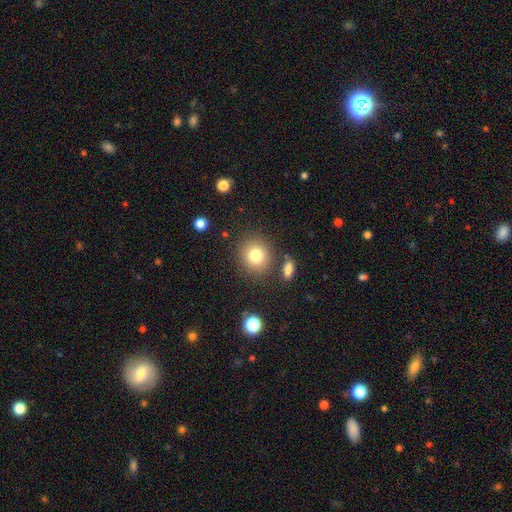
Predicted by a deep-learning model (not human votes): This is likely a smooth galaxy (80%). How rounded: clearly round (82%). Merging: clearly none (82%).